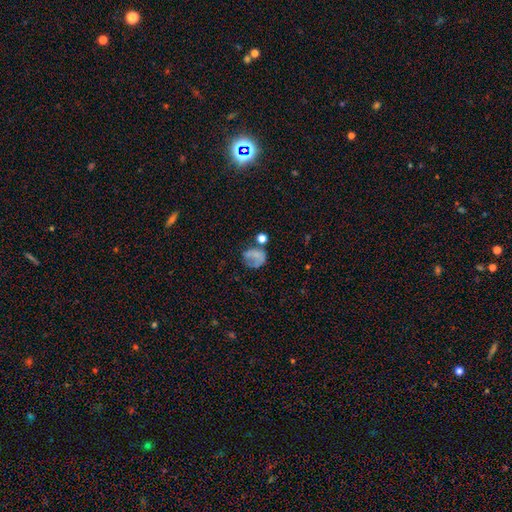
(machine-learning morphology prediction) Overall: smooth (61%; featured or disk 24%). How rounded: round (67%; in between 32%). Merging: none (42%; major disturbance 26%).